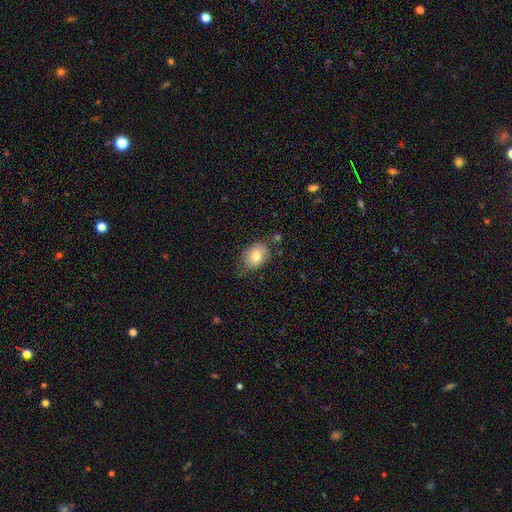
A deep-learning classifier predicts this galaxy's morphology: Smooth or featured? smooth (77%)
How rounded? in between (67%)
Merging? none (68%)